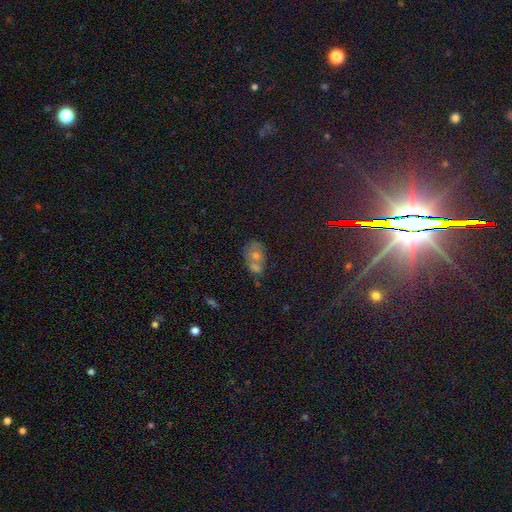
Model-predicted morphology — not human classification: This appears to be a smooth galaxy with no disk features (44%). Merging: merger (44%).